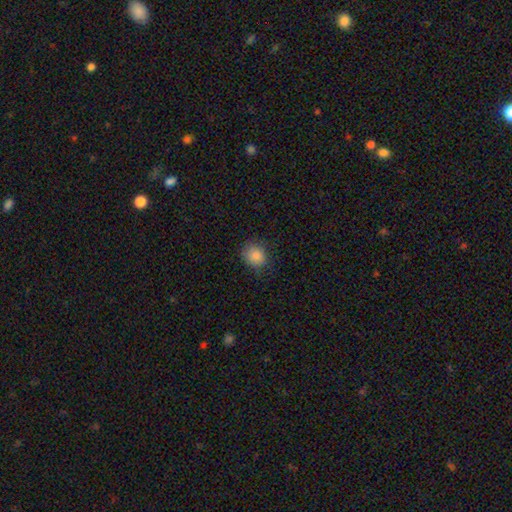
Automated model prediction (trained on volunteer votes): Q: Smooth or featured?
A: smooth (86%); runner-up: star or artifact (10%)
Q: How rounded?
A: round (72%); runner-up: in between (27%)
Q: Merging?
A: none (79%); runner-up: minor disturbance (16%)